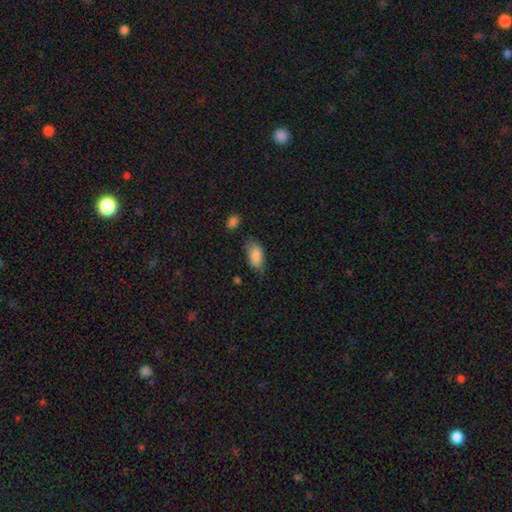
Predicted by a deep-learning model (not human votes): Overall: smooth (87%). How rounded: in between (92%). Merging: none (66%).